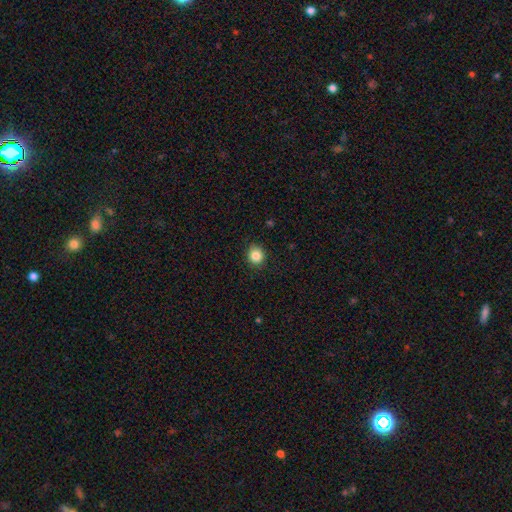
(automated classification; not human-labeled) Smooth or featured? smooth (86%)
How rounded? round (85%)
Merging? none (89%)